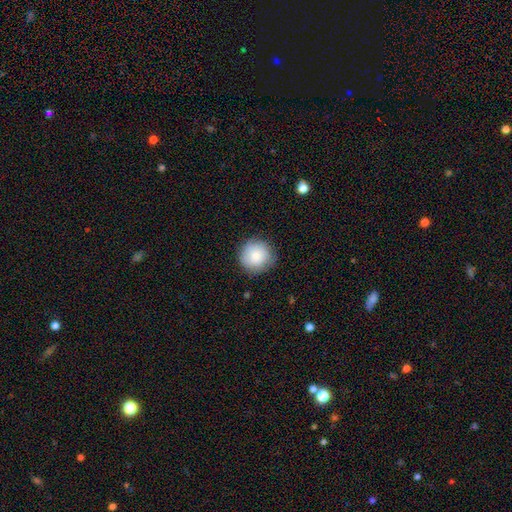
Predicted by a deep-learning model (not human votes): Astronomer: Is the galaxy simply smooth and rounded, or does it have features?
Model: smooth — 84%.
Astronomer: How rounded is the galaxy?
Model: round — 94%.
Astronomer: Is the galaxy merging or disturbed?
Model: none — 83%.